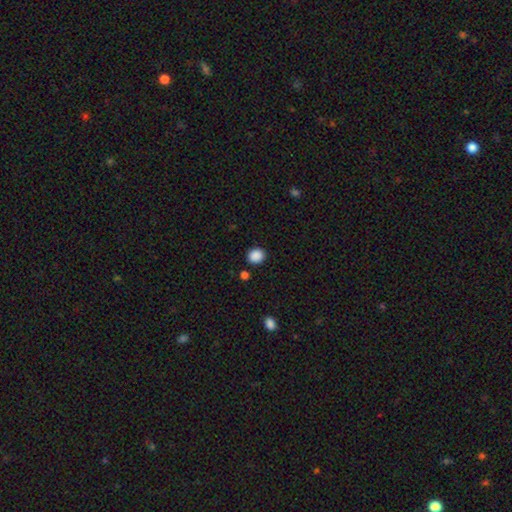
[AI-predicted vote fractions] This is clearly a smooth galaxy (88%). How rounded: likely round (74%). Merging: clearly none (87%).